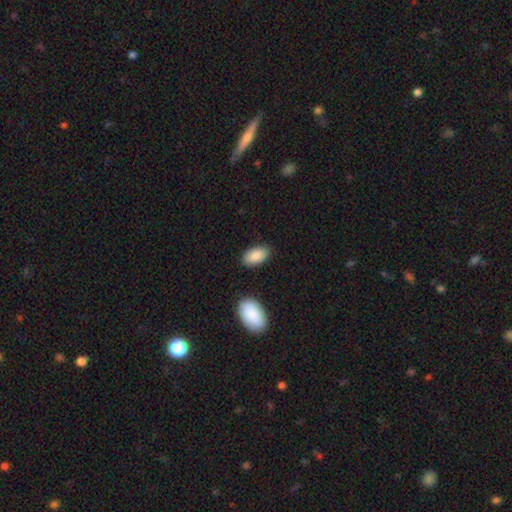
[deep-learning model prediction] Smooth or featured? smooth (87%)
How rounded? in between (95%)
Merging? none (84%)